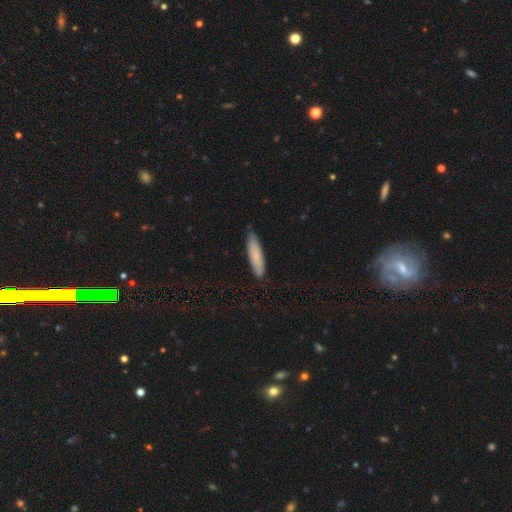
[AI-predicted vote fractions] A smooth galaxy with no disk features (73%) that is cigar-shaped (77%).

Vote fractions:
- Smooth or featured? smooth: 73% / featured or disk: 21% / star or artifact: 6%
- How rounded? cigar-shaped: 77% / in between: 22% / round: 2%
- Merging? none: 80% / minor disturbance: 17% / major disturbance: 2% / merger: 1%